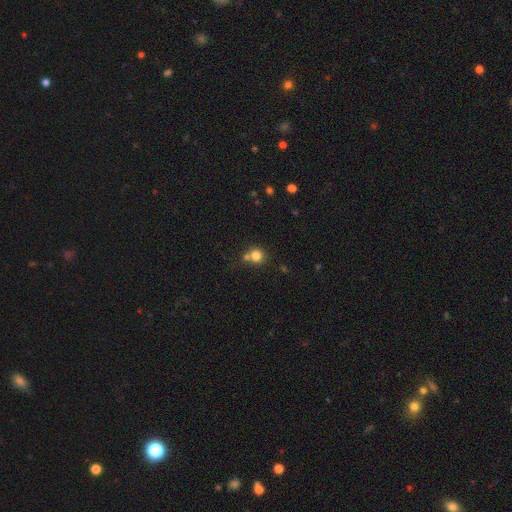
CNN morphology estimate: Q: Smooth or featured?
A: smooth (81%); runner-up: star or artifact (12%)
Q: How rounded?
A: round (89%); runner-up: in between (10%)
Q: Merging?
A: none (58%); runner-up: merger (29%)